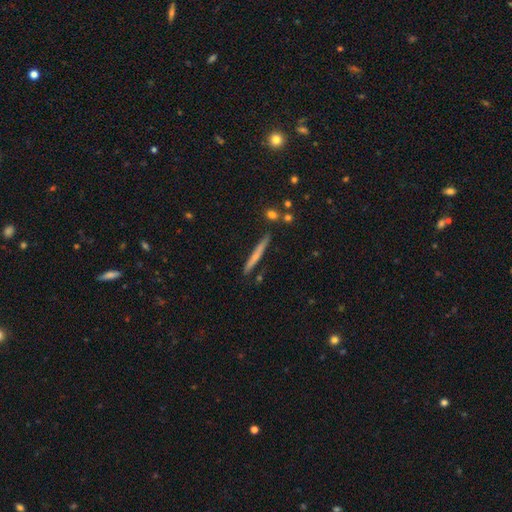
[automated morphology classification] This is possibly a featured or disk galaxy (49%). Merging: clearly none (86%).